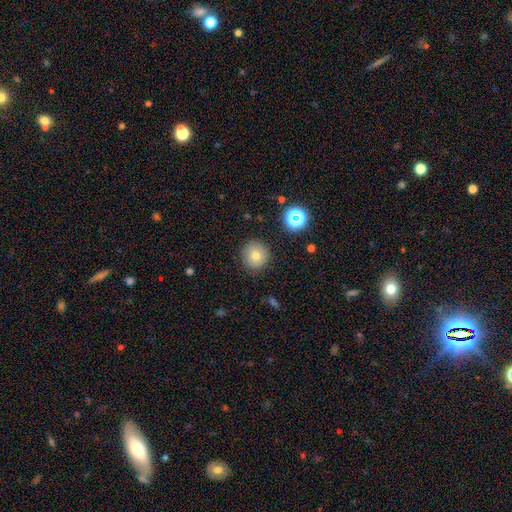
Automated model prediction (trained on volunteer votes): smooth_or_featured: smooth (p=0.74) [alt: star or artifact p=0.14]
how_rounded: round (p=0.93) [alt: in between p=0.06]
merging: none (p=0.88) [alt: minor disturbance p=0.08]